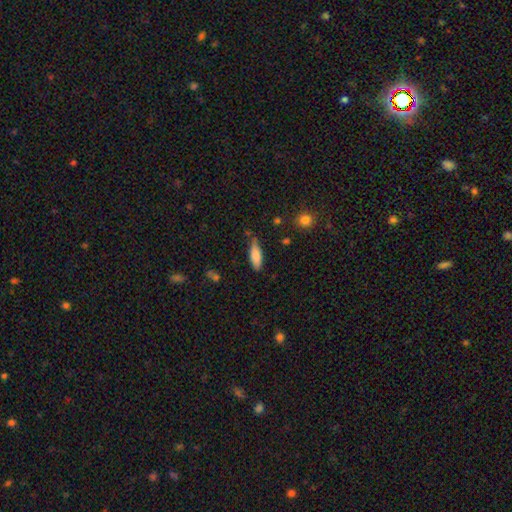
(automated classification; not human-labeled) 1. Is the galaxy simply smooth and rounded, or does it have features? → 80% smooth, 13% featured or disk, 7% star or artifact.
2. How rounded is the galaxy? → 57% in between, 41% cigar-shaped, 2% round.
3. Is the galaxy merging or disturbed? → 69% none, 24% minor disturbance, 4% major disturbance, 3% merger.